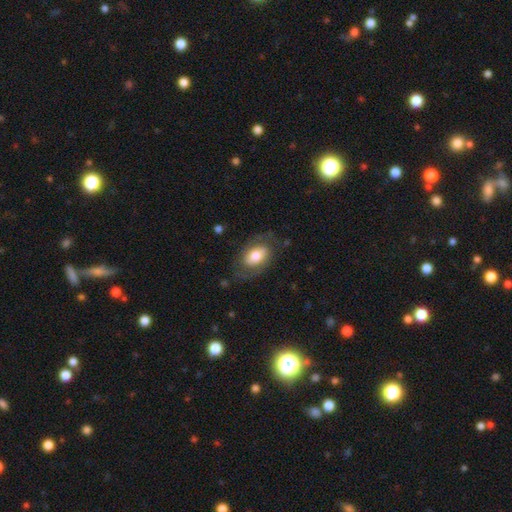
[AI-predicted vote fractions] smooth_or_featured: smooth (p=0.54) [alt: featured or disk p=0.40]
how_rounded: in between (p=0.89) [alt: round p=0.09]
merging: none (p=0.72) [alt: minor disturbance p=0.17]